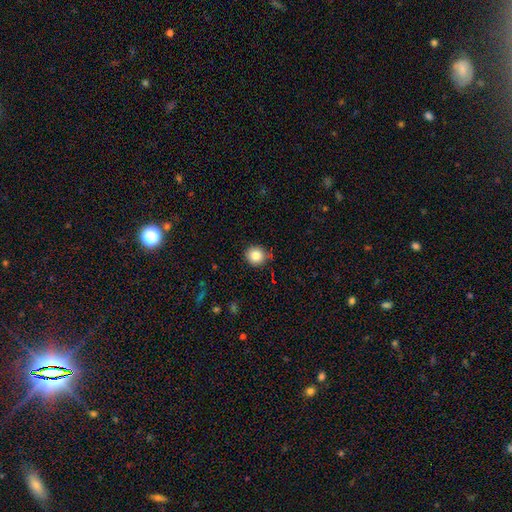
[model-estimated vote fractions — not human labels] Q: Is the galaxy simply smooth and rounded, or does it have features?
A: smooth — 84%.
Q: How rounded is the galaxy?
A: round — 91%.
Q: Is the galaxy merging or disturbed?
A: none — 83%.